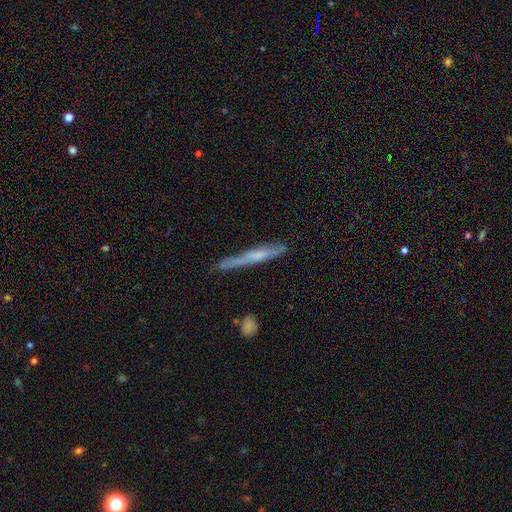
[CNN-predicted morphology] Smooth or featured? featured or disk (49%)
Merging? none (70%)